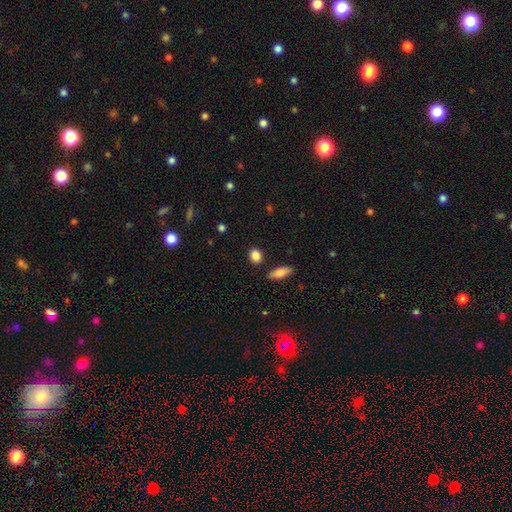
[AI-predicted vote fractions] A smooth galaxy with no disk features (87%) that is in between round and cigar-shaped (49%).

Vote fractions:
- Smooth or featured? smooth: 87% / star or artifact: 8% / featured or disk: 5%
- How rounded? in between: 49% / round: 48% / cigar-shaped: 3%
- Merging? none: 85% / minor disturbance: 9% / merger: 3% / major disturbance: 2%